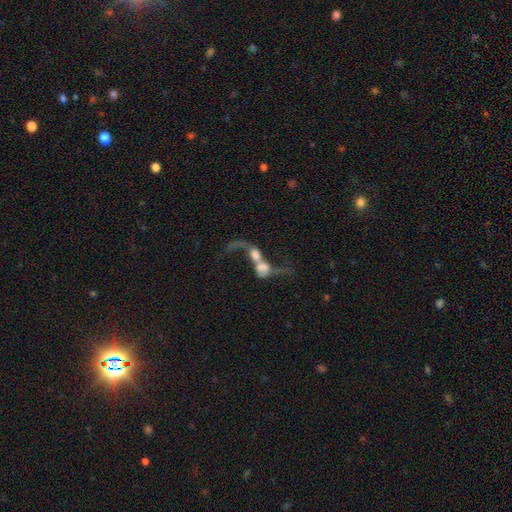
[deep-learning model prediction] smooth_or_featured: featured or disk (p=0.56) [alt: smooth p=0.33]
disk_edge_on: no (p=0.93) [alt: yes p=0.07]
bar: no (p=0.70) [alt: weak p=0.21]
has_spiral_arms: yes (p=0.57) [alt: no p=0.43]
bulge_size: moderate (p=0.28) [alt: large p=0.26]
merging: merger (p=0.76) [alt: major disturbance p=0.13]